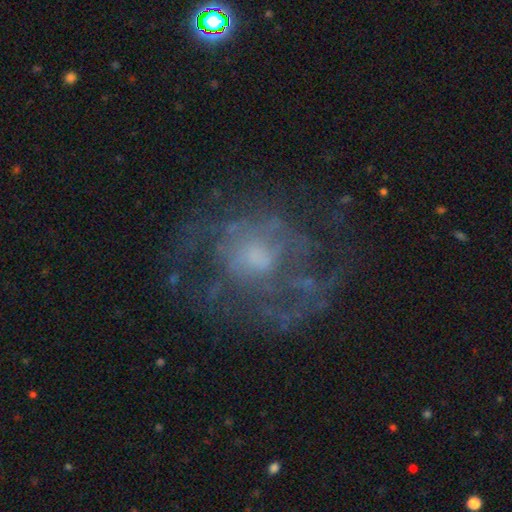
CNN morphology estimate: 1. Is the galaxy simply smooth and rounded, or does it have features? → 73% featured or disk, 15% smooth, 11% star or artifact.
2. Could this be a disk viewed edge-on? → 97% no, 3% yes.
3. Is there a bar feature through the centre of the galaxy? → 78% no, 19% weak, 4% strong.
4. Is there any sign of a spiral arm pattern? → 63% yes, 37% no.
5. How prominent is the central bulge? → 47% moderate, 31% small, 10% none, 10% large, 2% dominant.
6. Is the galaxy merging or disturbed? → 62% none, 19% major disturbance, 16% minor disturbance, 2% merger.